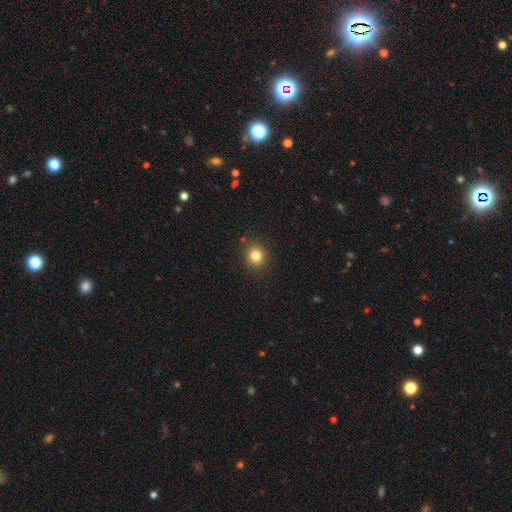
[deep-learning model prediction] Smooth or featured? Predicted: smooth (p=0.82). How rounded? Predicted: round (p=0.80). Merging? Predicted: none (p=0.88).